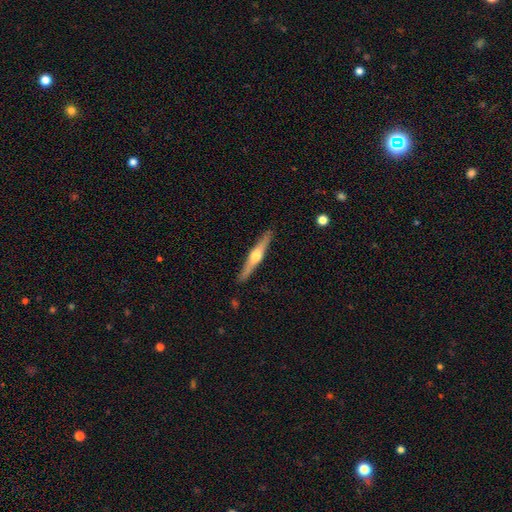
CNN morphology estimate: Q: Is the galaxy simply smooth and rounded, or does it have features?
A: featured or disk — 69%.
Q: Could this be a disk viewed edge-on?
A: yes — 97%.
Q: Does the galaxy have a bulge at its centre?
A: rounded — 94%.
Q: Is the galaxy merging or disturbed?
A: none — 90%.